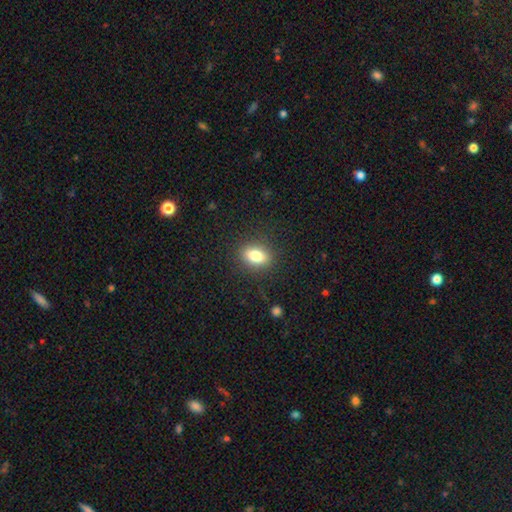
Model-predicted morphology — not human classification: Smooth or featured: smooth — 81% (featured or disk — 10%)
How rounded: in between — 75% (round — 22%)
Merging: none — 87% (minor disturbance — 9%)